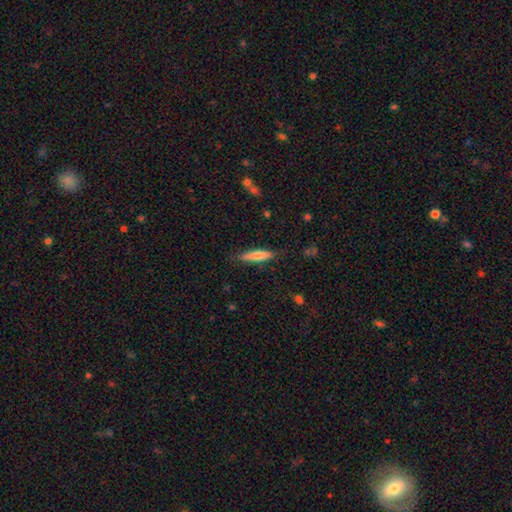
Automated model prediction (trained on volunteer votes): The model was most divided on "smooth or featured": smooth: 70%, featured or disk: 24%, star or artifact: 6%. More confident: how rounded — cigar-shaped (83%); merging — none (83%).